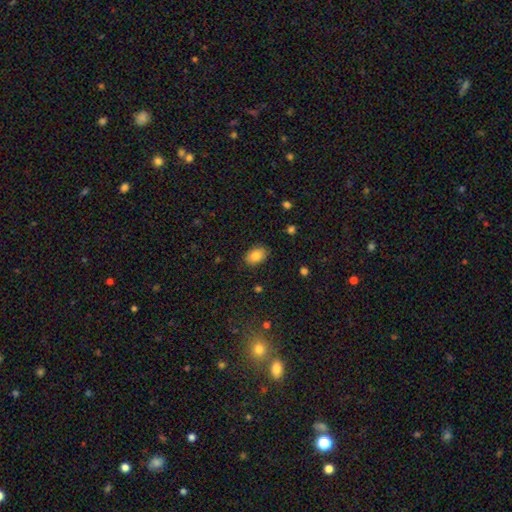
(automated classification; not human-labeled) smooth 83%, featured or disk 9%, star or artifact 8%. Down the decision tree: how rounded — in between (84%); merging — none (87%).